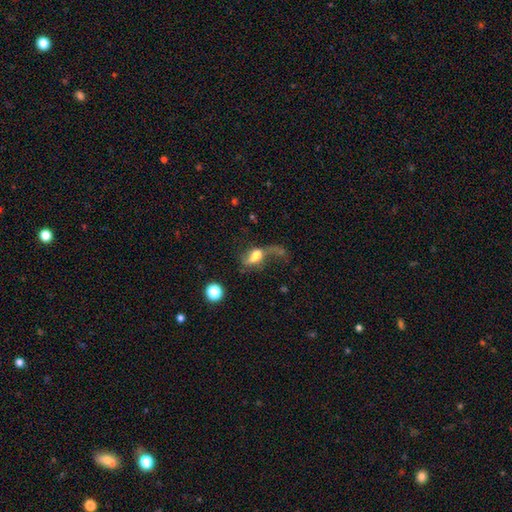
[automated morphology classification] A featured or disk galaxy (49%).

Vote fractions:
- Smooth or featured? featured or disk: 49% / smooth: 40% / star or artifact: 11%
- Merging? major disturbance: 44% / none: 27% / minor disturbance: 16% / merger: 12%